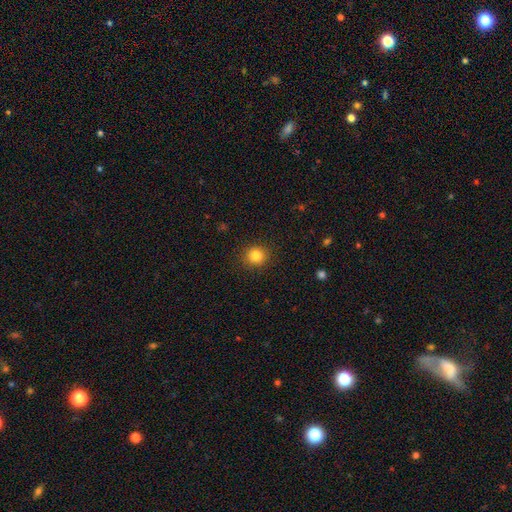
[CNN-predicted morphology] Smooth or featured? Predicted: smooth (p=0.83). How rounded? Predicted: round (p=0.89). Merging? Predicted: none (p=0.91).